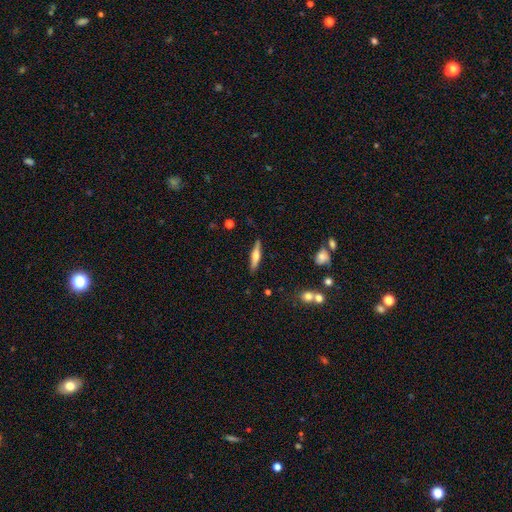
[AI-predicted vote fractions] A featured or disk galaxy (48%).

Vote fractions:
- Smooth or featured? featured or disk: 48% / smooth: 46% / star or artifact: 6%
- Merging? none: 87% / minor disturbance: 9% / major disturbance: 2% / merger: 2%